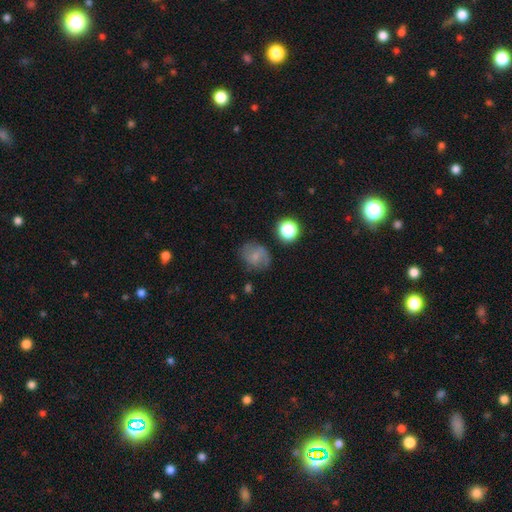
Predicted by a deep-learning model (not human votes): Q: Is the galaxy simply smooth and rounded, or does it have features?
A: smooth — 63%.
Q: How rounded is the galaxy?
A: round — 58%.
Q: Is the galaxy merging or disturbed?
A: none — 65%.